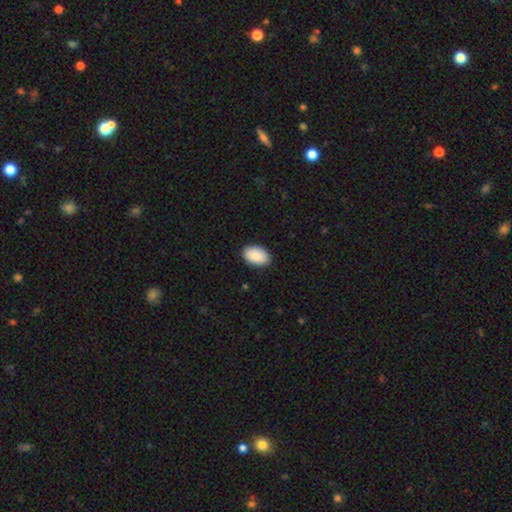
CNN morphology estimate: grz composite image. It shows a smooth galaxy with no disk features (89%) that is in between round and cigar-shaped (92%). Merging: none (88%).